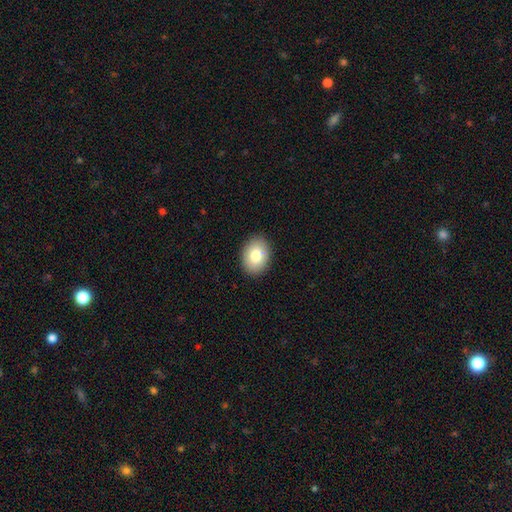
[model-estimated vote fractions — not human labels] smooth_or_featured: smooth (p=0.81) [alt: featured or disk p=0.12]
how_rounded: in between (p=0.71) [alt: round p=0.28]
merging: none (p=0.89) [alt: minor disturbance p=0.08]